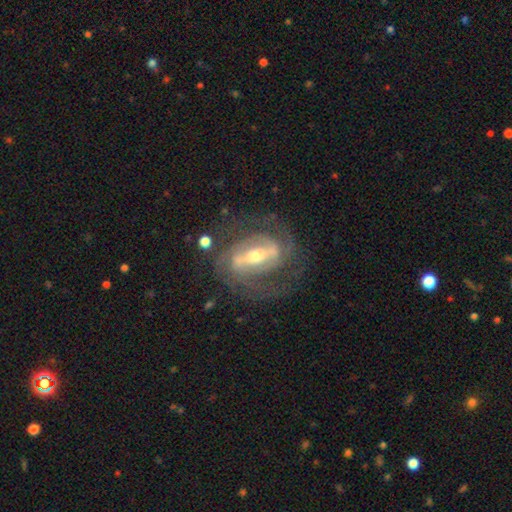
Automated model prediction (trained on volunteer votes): smooth_or_featured: featured or disk (p=0.87) [alt: smooth p=0.07]
disk_edge_on: no (p=0.94) [alt: yes p=0.06]
bar: strong (p=0.65) [alt: weak p=0.26]
has_spiral_arms: yes (p=0.91) [alt: no p=0.09]
spiral_winding: tight (p=0.45) [alt: medium p=0.43]
spiral_arm_count: 2 (p=0.68) [alt: can't tell p=0.13]
bulge_size: moderate (p=0.61) [alt: small p=0.30]
merging: none (p=0.70) [alt: minor disturbance p=0.16]